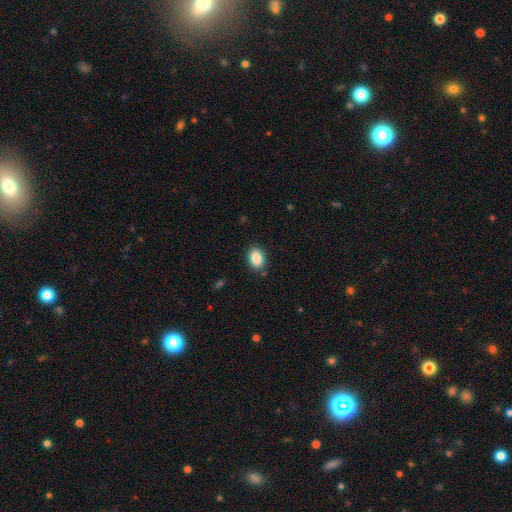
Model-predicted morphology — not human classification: This is clearly a smooth galaxy (88%). How rounded: clearly in between (83%). Merging: clearly none (86%).